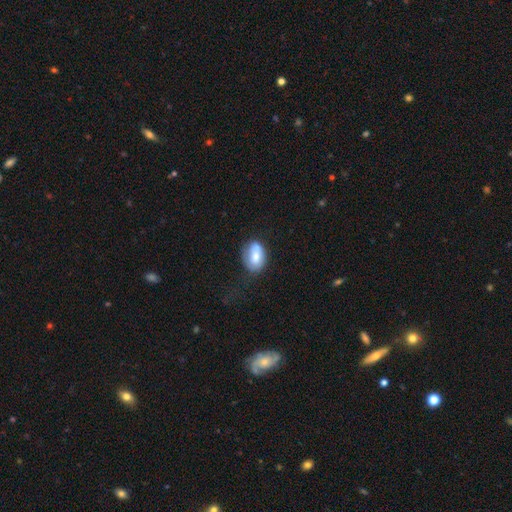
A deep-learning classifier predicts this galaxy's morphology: smooth_or_featured: smooth (p=0.69) [alt: featured or disk p=0.23]
how_rounded: in between (p=0.74) [alt: round p=0.24]
merging: none (p=0.54) [alt: minor disturbance p=0.28]